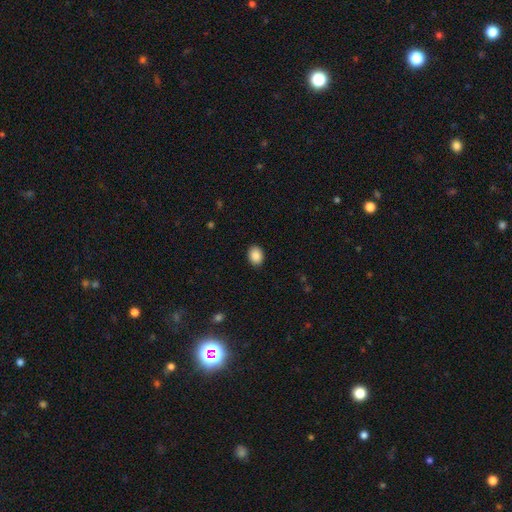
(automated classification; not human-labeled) Smooth or featured: smooth — 89% (star or artifact — 8%)
How rounded: in between — 67% (round — 32%)
Merging: none — 89% (minor disturbance — 8%)